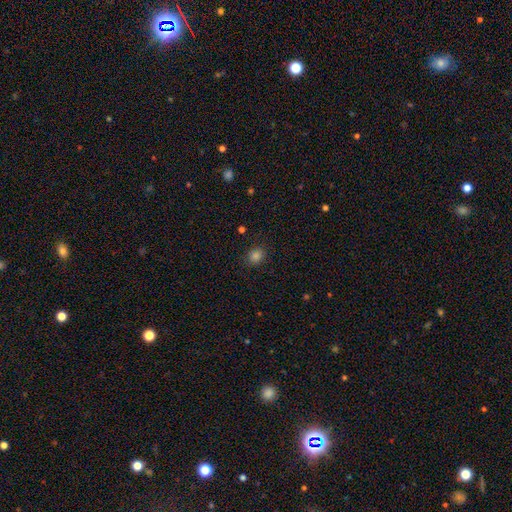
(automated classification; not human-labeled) smooth_or_featured: smooth (p=0.80) [alt: star or artifact p=0.15]
how_rounded: round (p=0.60) [alt: in between p=0.39]
merging: none (p=0.86) [alt: minor disturbance p=0.10]